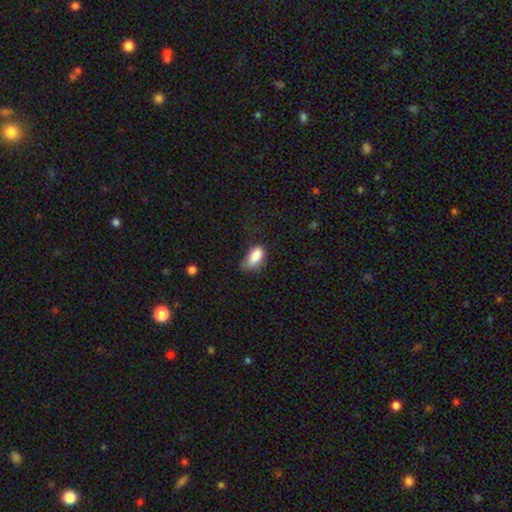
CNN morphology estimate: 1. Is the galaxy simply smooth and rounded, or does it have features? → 85% smooth, 8% star or artifact, 7% featured or disk.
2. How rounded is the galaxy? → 92% in between, 4% round, 4% cigar-shaped.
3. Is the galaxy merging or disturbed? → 40% minor disturbance, 37% none, 21% major disturbance, 3% merger.